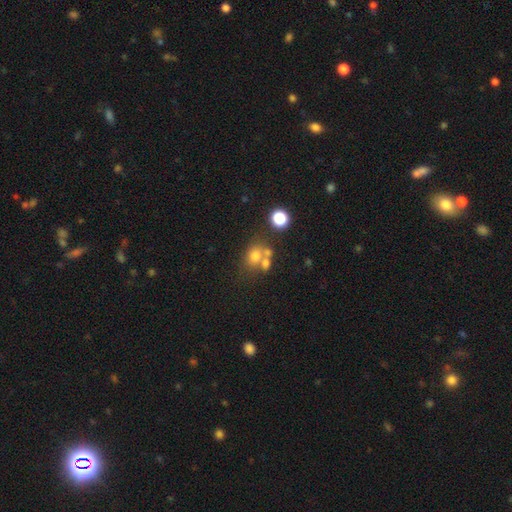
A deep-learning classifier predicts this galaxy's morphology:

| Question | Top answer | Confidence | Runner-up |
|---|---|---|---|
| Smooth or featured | smooth | 67% | star or artifact (17%) |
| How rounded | round | 62% | in between (37%) |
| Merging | none | 42% | merger (41%) |